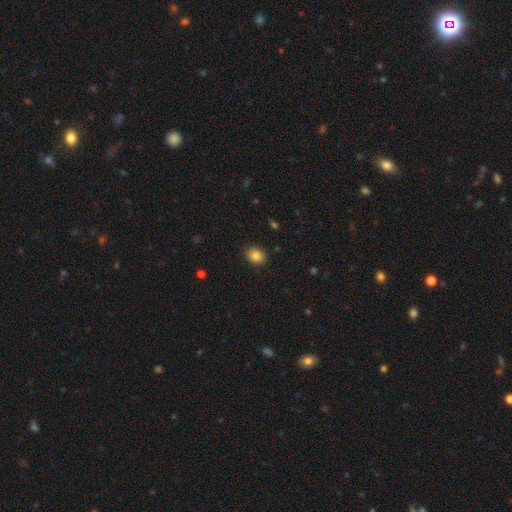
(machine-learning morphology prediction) type=smooth (84%); roundness=in between (57%); merging=none (89%).